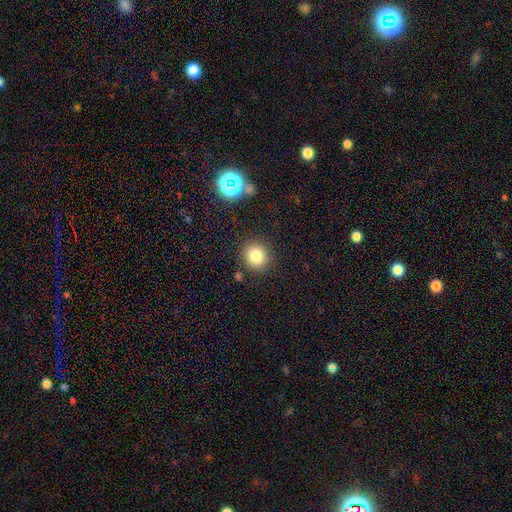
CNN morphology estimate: A smooth galaxy with no disk features (81%) that is round (87%).

Vote fractions:
- Smooth or featured? smooth: 81% / star or artifact: 12% / featured or disk: 7%
- How rounded? round: 87% / in between: 12% / cigar-shaped: 1%
- Merging? none: 86% / minor disturbance: 8% / merger: 3% / major disturbance: 3%